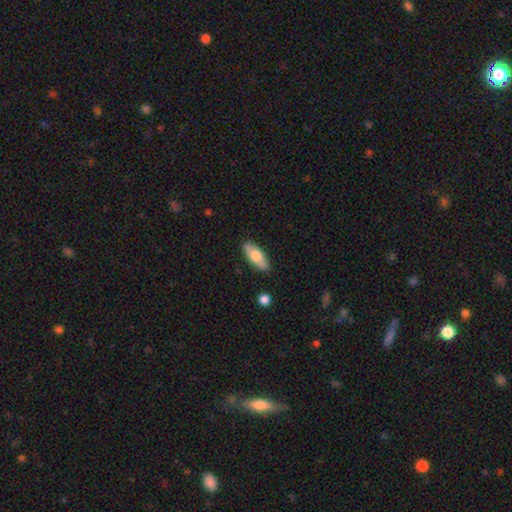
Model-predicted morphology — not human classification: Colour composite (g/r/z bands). It shows a smooth galaxy with no disk features (71%) that is in between round and cigar-shaped (77%). Merging: none (87%).